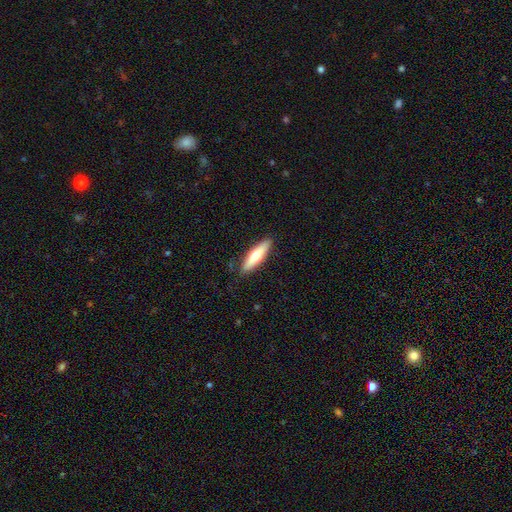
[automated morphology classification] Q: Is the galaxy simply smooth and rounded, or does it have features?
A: smooth — 65%.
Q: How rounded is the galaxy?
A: cigar-shaped — 72%.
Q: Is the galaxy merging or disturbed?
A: none — 88%.